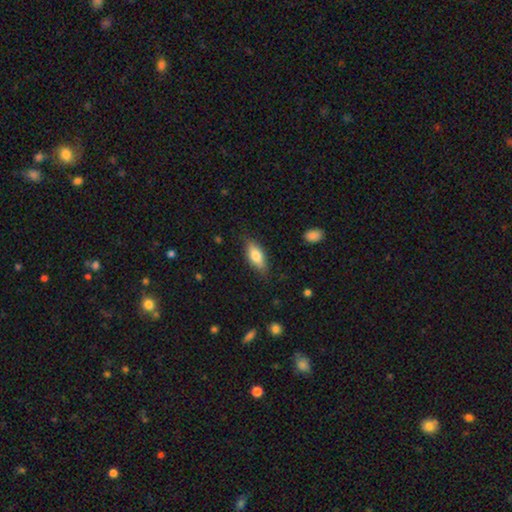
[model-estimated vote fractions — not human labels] Smooth or featured? smooth (71%)
How rounded? in between (75%)
Merging? none (80%)